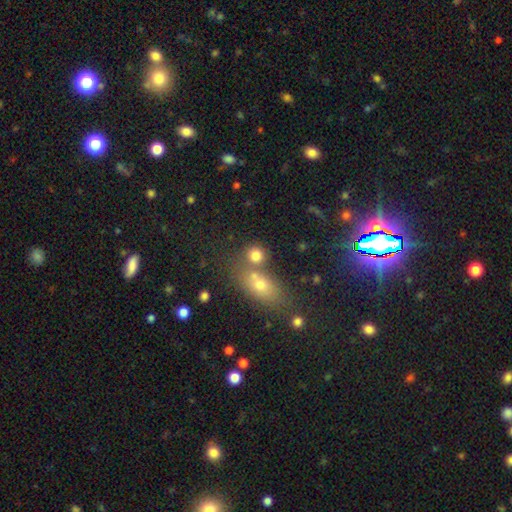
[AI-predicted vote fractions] Overall: smooth (76%). How rounded: round (78%). Merging: none (56%; merger 30%).